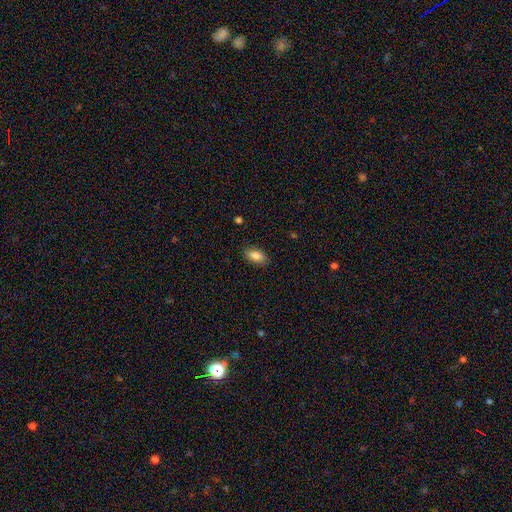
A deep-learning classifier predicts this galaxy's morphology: Smooth or featured: smooth — 85% (featured or disk — 7%)
How rounded: in between — 91% (cigar-shaped — 5%)
Merging: none — 87% (minor disturbance — 10%)